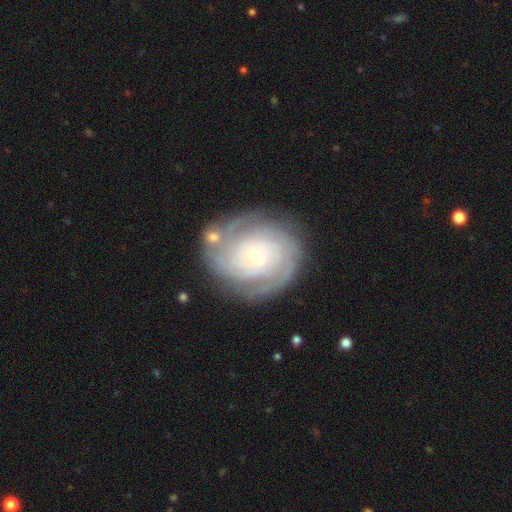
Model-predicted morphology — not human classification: This appears to be a featured or disk galaxy (87%) with no bar (72%), tight (80%) spiral arms (96%) and a small central bulge (60%). Merging: none (77%).